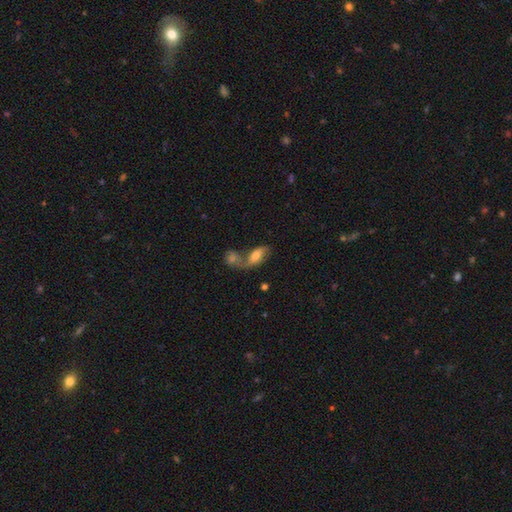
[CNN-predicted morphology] type=smooth (56%); roundness=in between (86%); merging=merger (54%).